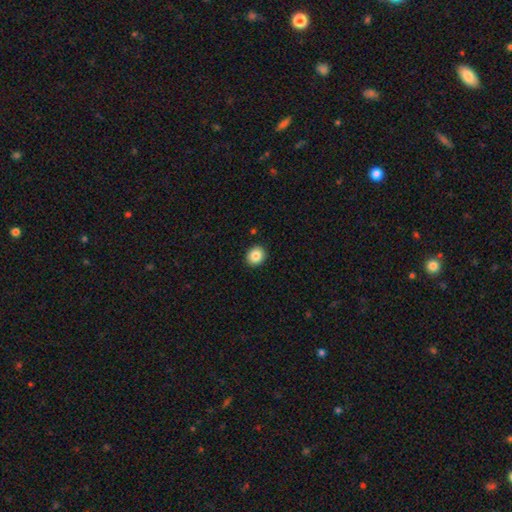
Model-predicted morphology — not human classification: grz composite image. It shows a smooth galaxy with no disk features (86%) that is round (74%). Merging: none (91%).